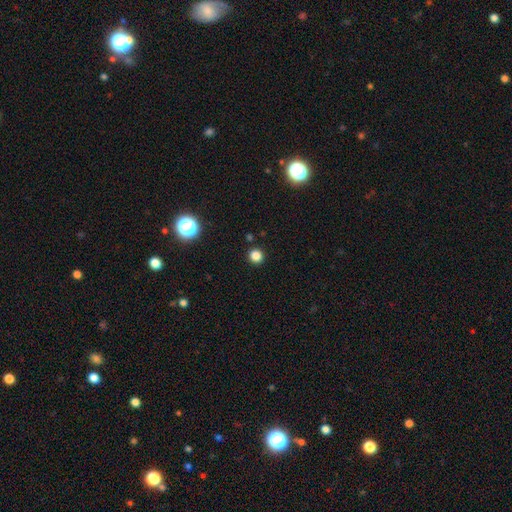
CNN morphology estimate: A smooth galaxy with no disk features (82%) that is round (94%). Merging: none (92%).